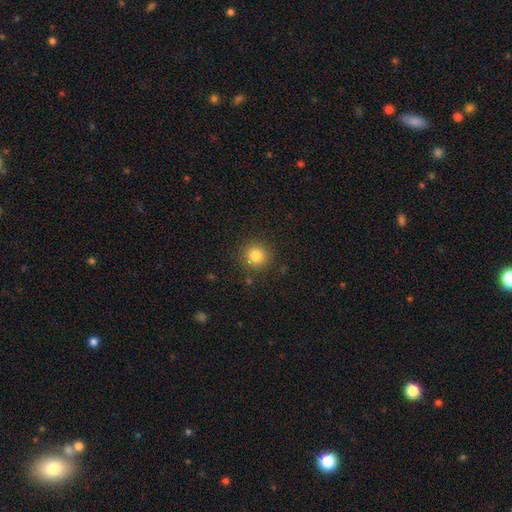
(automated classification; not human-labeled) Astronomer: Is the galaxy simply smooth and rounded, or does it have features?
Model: smooth — 83%.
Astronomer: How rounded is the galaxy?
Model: round — 93%.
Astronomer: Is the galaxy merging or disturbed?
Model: none — 88%.